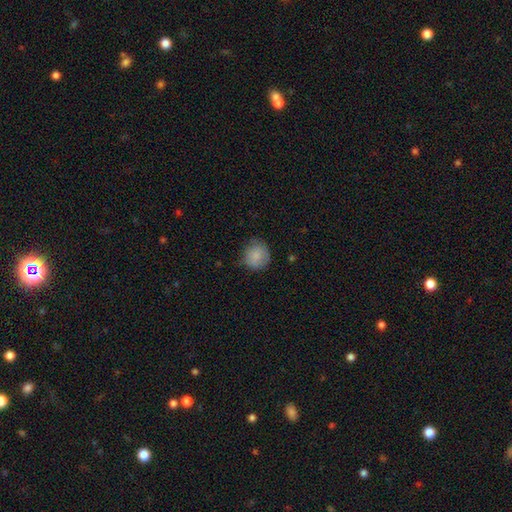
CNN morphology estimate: smooth-or-featured: smooth: 81% | featured or disk: 11% | star or artifact: 8%
  how-rounded: round: 83% | in between: 16% | cigar-shaped: 1%
  merging: none: 67% | minor disturbance: 26% | major disturbance: 6% | merger: 1%